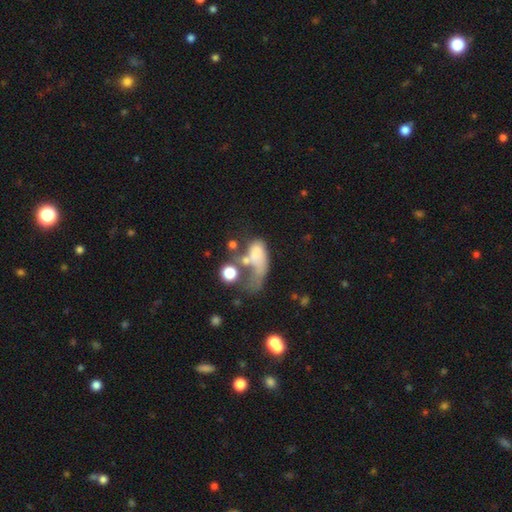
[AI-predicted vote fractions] Q: Smooth or featured?
A: smooth (56%); runner-up: featured or disk (32%)
Q: How rounded?
A: in between (80%); runner-up: round (14%)
Q: Merging?
A: major disturbance (48%); runner-up: merger (30%)